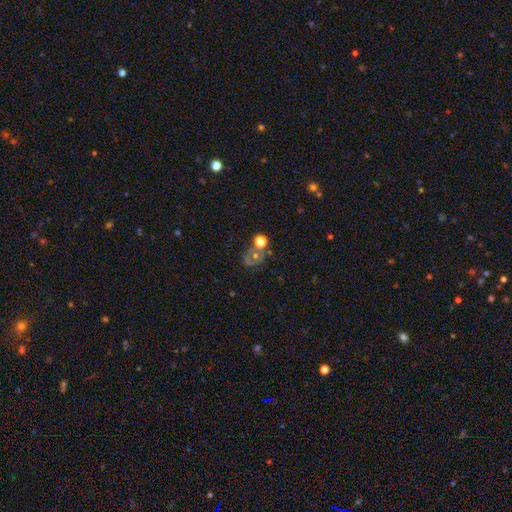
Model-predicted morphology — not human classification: Q: Smooth or featured?
A: star or artifact (34%); runner-up: featured or disk (33%)